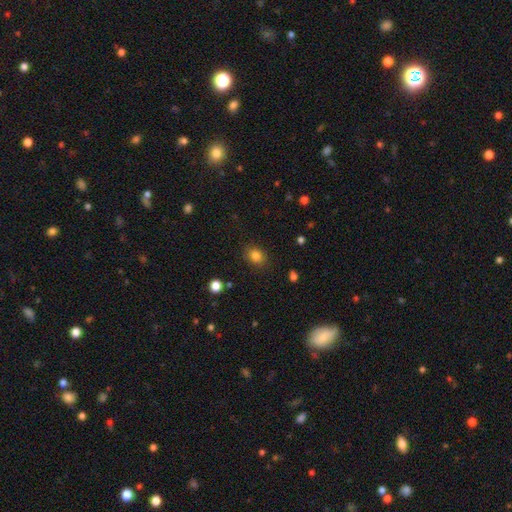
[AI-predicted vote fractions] smooth_or_featured: smooth (p=0.82) [alt: star or artifact p=0.12]
how_rounded: round (p=0.53) [alt: in between p=0.46]
merging: none (p=0.85) [alt: minor disturbance p=0.10]